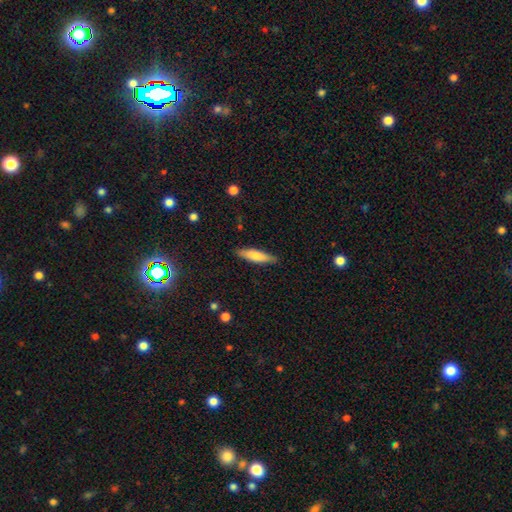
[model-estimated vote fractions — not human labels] This appears to be a smooth galaxy with no disk features (74%) that is cigar-shaped (69%). Merging: none (86%).